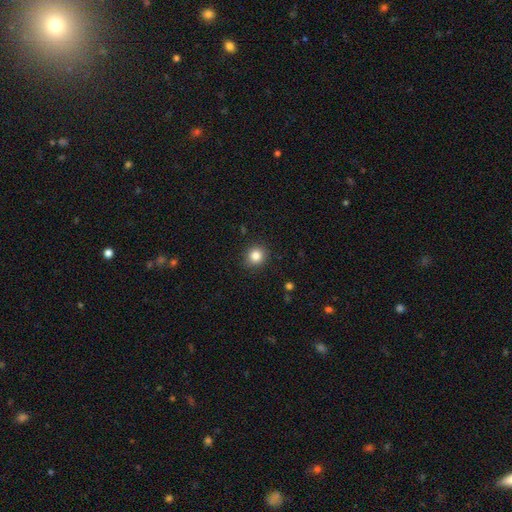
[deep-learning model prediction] Smooth or featured? smooth (84%)
How rounded? round (89%)
Merging? none (90%)